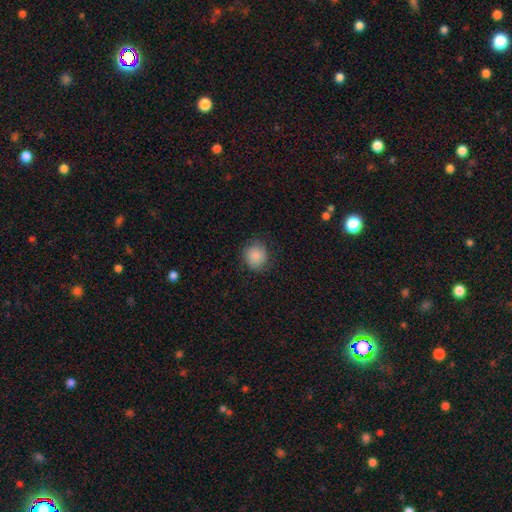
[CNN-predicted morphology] Smooth or featured? Predicted: smooth (p=0.86). How rounded? Predicted: round (p=0.85). Merging? Predicted: none (p=0.79).